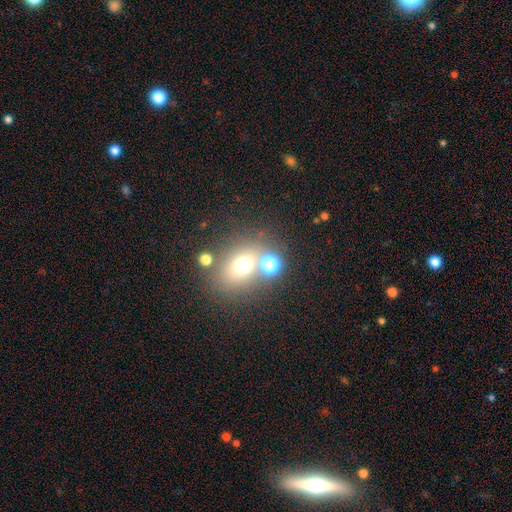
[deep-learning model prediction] smooth_or_featured: smooth (p=0.62) [alt: star or artifact p=0.20]
how_rounded: round (p=0.52) [alt: in between p=0.47]
merging: none (p=0.59) [alt: merger p=0.25]